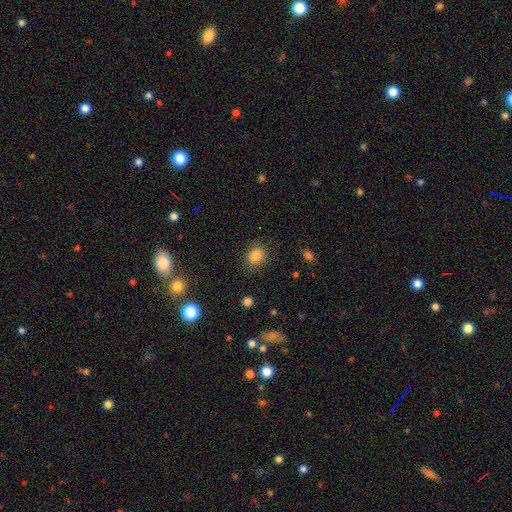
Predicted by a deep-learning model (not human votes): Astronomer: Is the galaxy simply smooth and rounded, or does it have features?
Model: smooth — 83%.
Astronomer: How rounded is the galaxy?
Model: in between — 50% (runner-up: round, 49%).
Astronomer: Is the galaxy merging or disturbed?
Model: none — 81%.